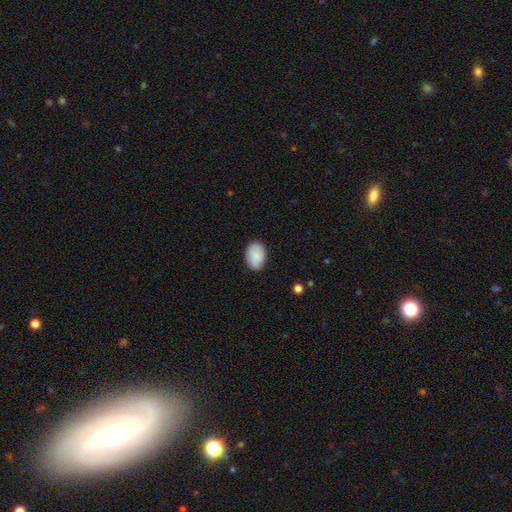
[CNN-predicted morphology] smooth 87%, star or artifact 7%, featured or disk 6%. Down the decision tree: how rounded — in between (84%); merging — none (83%).